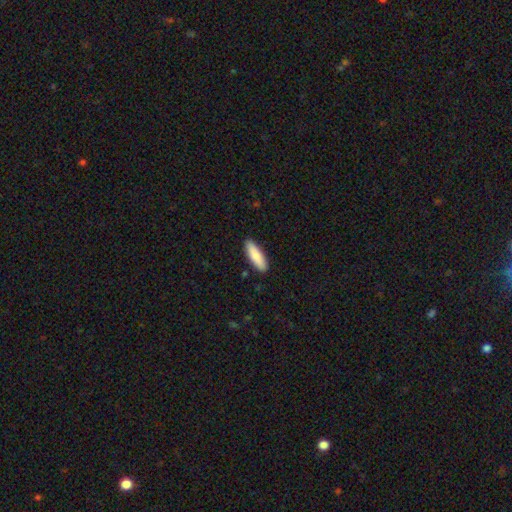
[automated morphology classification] The model was most divided on "how rounded": cigar-shaped: 52%, in between: 46%, round: 2%. More confident: merging — none (90%); smooth or featured — smooth (86%).